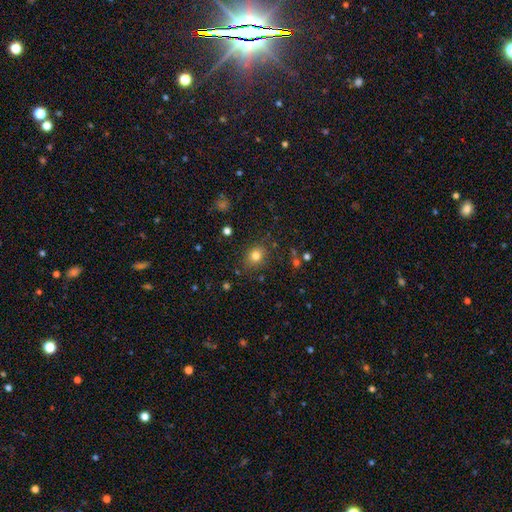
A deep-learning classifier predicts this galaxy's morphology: The model was most divided on "how rounded": round: 61%, in between: 38%, cigar-shaped: 1%. More confident: merging — none (83%); smooth or featured — smooth (79%).